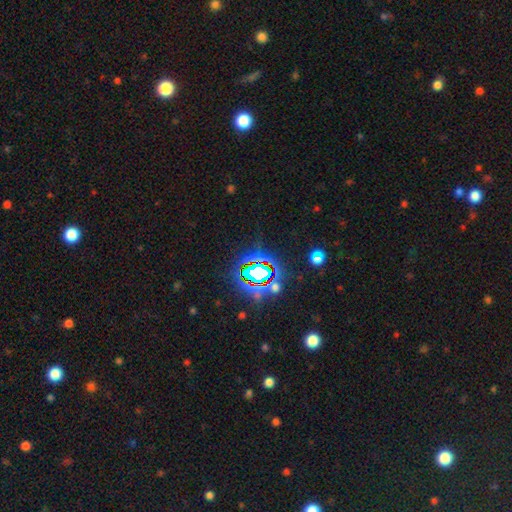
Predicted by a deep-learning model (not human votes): Morphology: type=star or artifact (82%).